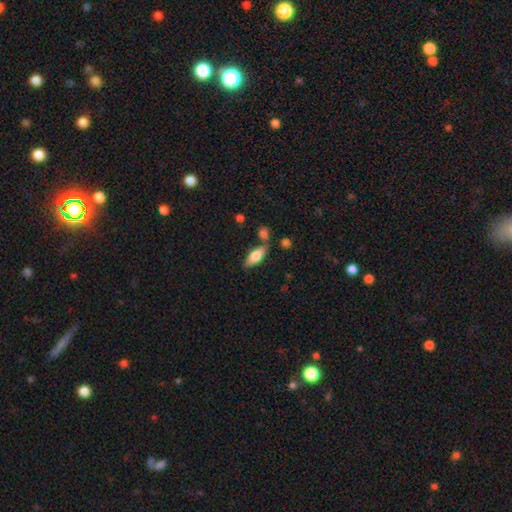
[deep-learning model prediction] smooth_or_featured: smooth (p=0.65) [alt: featured or disk p=0.29]
how_rounded: in between (p=0.66) [alt: cigar-shaped p=0.31]
merging: none (p=0.72) [alt: minor disturbance p=0.13]